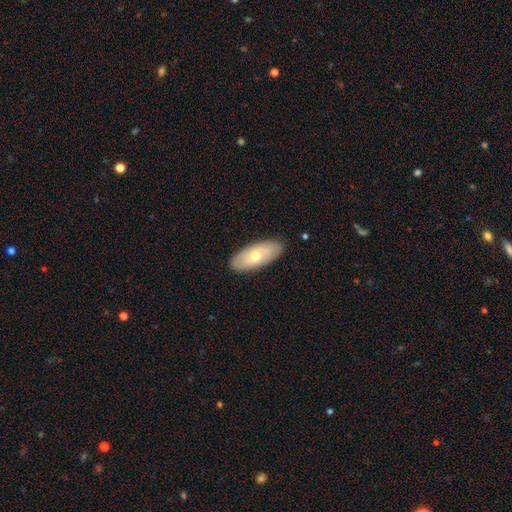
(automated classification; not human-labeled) Morphology: type=smooth (58%); roundness=in between (86%); merging=none (87%).